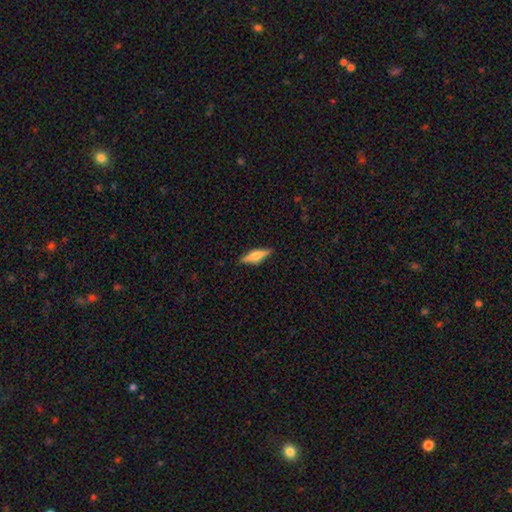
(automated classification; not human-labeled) smooth-or-featured: smooth: 51% | featured or disk: 42% | star or artifact: 7%
  how-rounded: cigar-shaped: 68% | in between: 29% | round: 3%
  merging: none: 88% | minor disturbance: 9% | major disturbance: 2% | merger: 1%